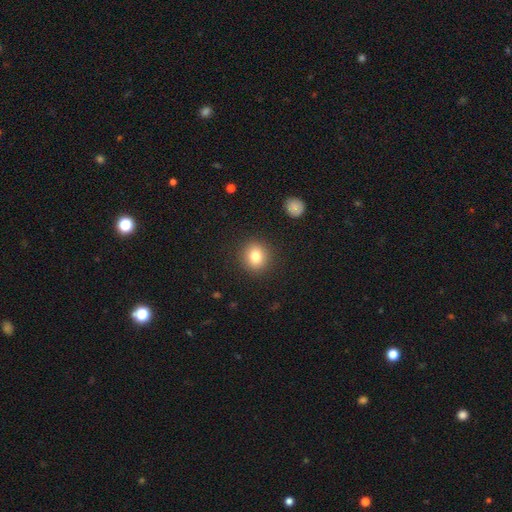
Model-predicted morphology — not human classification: Smooth or featured?
  - smooth: 82% *
  - star or artifact: 10%
  - featured or disk: 8%
How rounded?
  - round: 81% *
  - in between: 18%
  - cigar-shaped: 1%
Merging?
  - none: 90% *
  - minor disturbance: 6%
  - major disturbance: 3%
  - merger: 1%